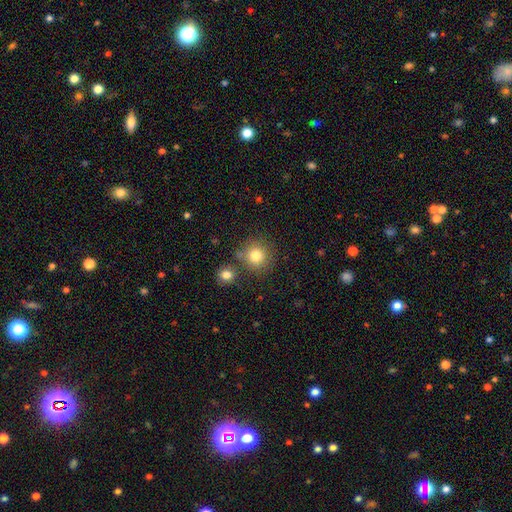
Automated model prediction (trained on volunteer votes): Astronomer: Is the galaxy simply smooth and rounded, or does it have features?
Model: smooth — 81%.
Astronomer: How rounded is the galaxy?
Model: round — 92%.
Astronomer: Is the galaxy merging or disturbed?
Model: none — 77%.